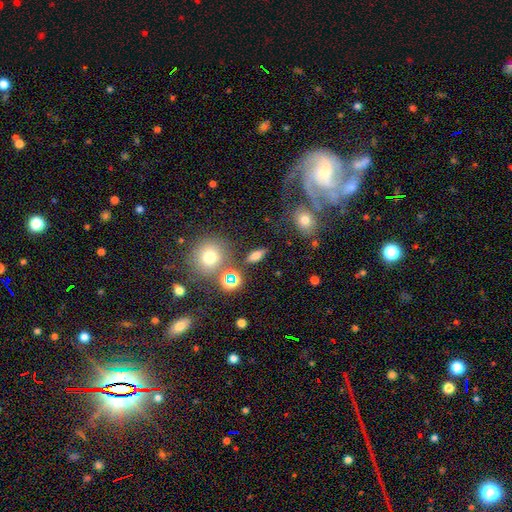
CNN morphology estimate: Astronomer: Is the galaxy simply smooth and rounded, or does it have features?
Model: smooth — 65%.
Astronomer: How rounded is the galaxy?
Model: in between — 66%.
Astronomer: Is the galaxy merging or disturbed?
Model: none — 81%.